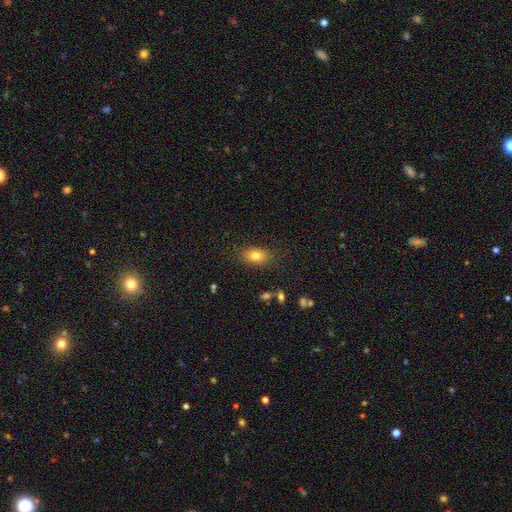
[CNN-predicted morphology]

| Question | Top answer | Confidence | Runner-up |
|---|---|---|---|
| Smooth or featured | smooth | 79% | featured or disk (11%) |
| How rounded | in between | 84% | round (13%) |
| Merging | none | 84% | minor disturbance (11%) |